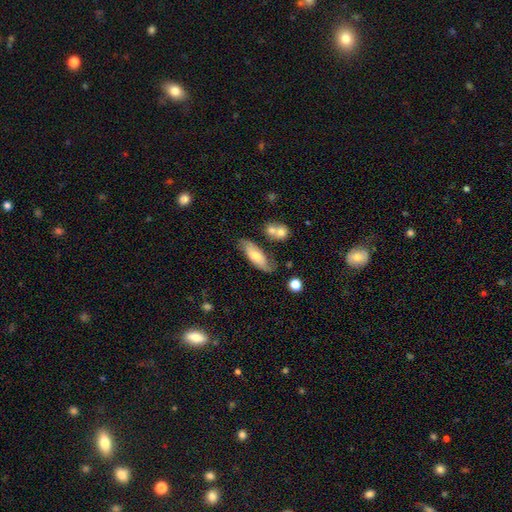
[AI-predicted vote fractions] smooth_or_featured: smooth (p=0.52) [alt: featured or disk p=0.42]
how_rounded: in between (p=0.70) [alt: cigar-shaped p=0.27]
merging: none (p=0.64) [alt: minor disturbance p=0.20]